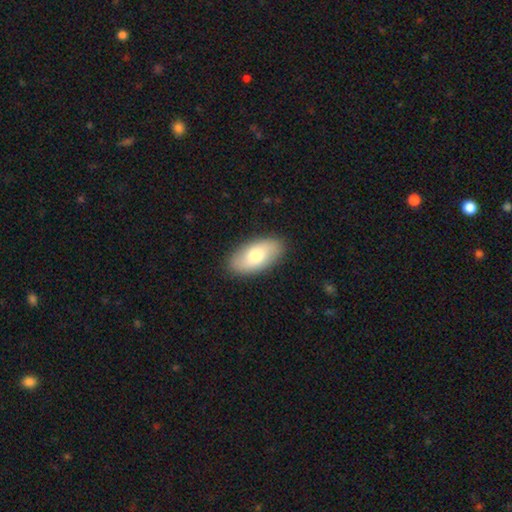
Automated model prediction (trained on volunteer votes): Smooth or featured? Predicted: smooth (p=0.72). How rounded? Predicted: in between (p=0.93). Merging? Predicted: none (p=0.88).